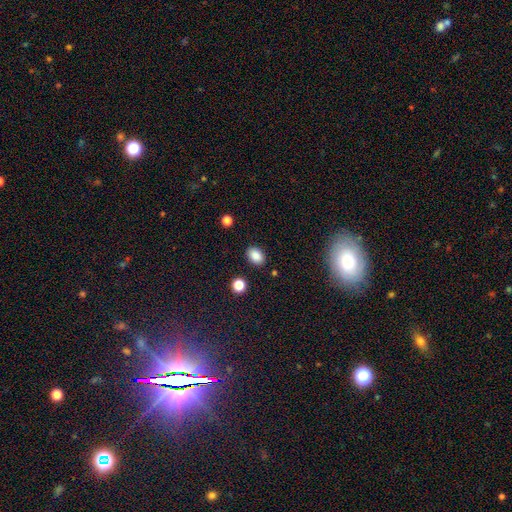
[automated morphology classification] This appears to be a smooth galaxy with no disk features (86%) that is in between round and cigar-shaped (75%). Merging: none (87%).